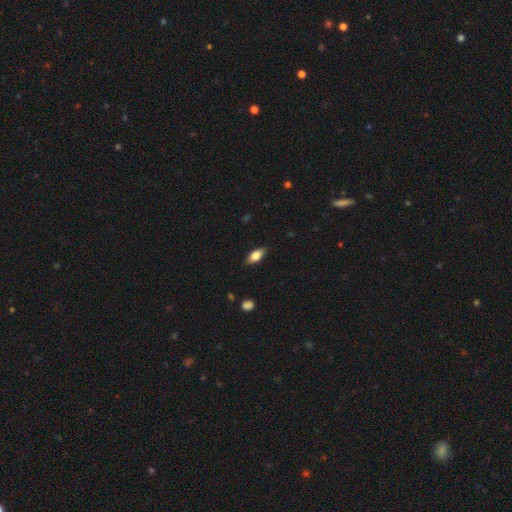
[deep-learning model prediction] smooth-or-featured: smooth: 72% | featured or disk: 21% | star or artifact: 7%
  how-rounded: in between: 82% | cigar-shaped: 15% | round: 3%
  merging: none: 85% | minor disturbance: 12% | major disturbance: 2% | merger: 1%